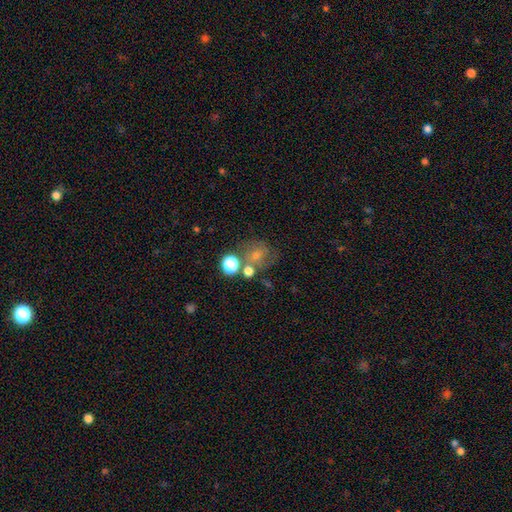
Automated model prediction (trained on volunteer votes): This appears to be a smooth galaxy with no disk features (39%). Merging: none (57%).